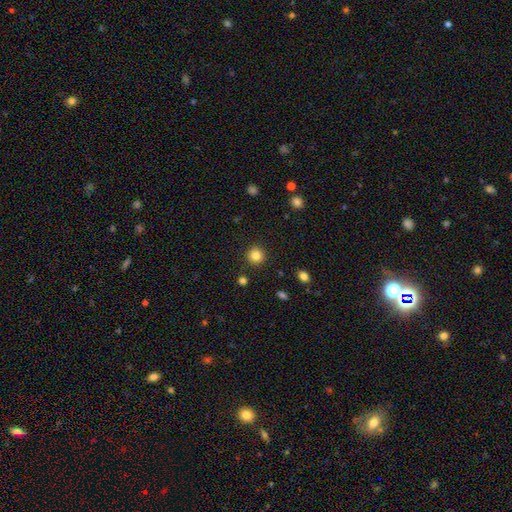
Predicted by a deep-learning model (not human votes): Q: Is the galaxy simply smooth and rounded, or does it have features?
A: smooth — 84%.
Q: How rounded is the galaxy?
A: round — 94%.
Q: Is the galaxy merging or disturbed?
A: none — 91%.